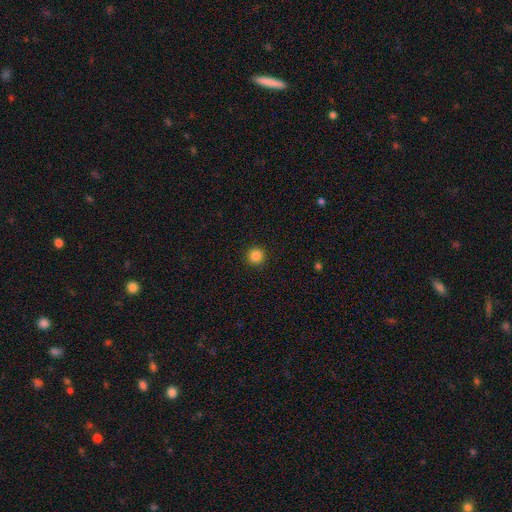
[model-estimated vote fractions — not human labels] Smooth or featured? smooth (85%)
How rounded? round (95%)
Merging? none (93%)